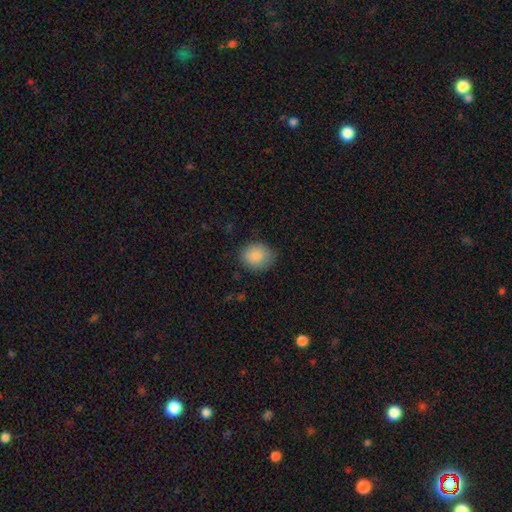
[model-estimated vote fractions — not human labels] Morphology: type=smooth (87%); roundness=round (70%); merging=none (77%).